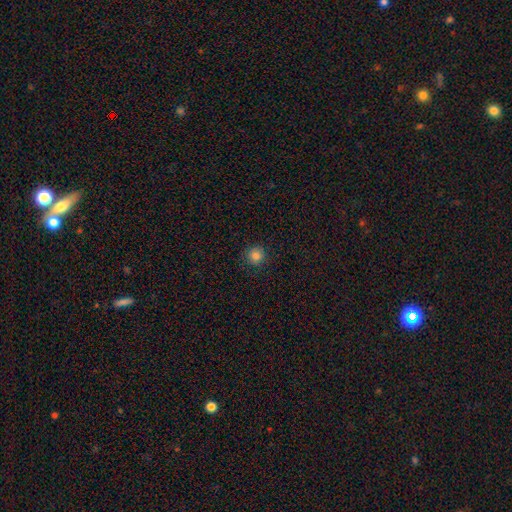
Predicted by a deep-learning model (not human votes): Q: Smooth or featured?
A: smooth (83%); runner-up: star or artifact (13%)
Q: How rounded?
A: round (95%); runner-up: in between (4%)
Q: Merging?
A: none (90%); runner-up: minor disturbance (7%)